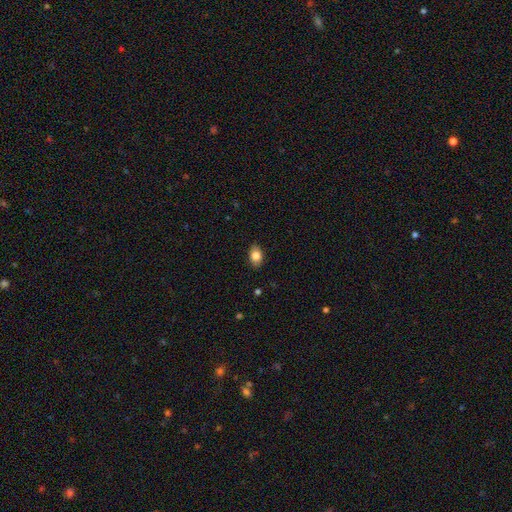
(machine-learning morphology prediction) smooth-or-featured: smooth: 83% | featured or disk: 9% | star or artifact: 8%
  how-rounded: in between: 83% | round: 16% | cigar-shaped: 2%
  merging: none: 86% | minor disturbance: 10% | major disturbance: 2% | merger: 1%